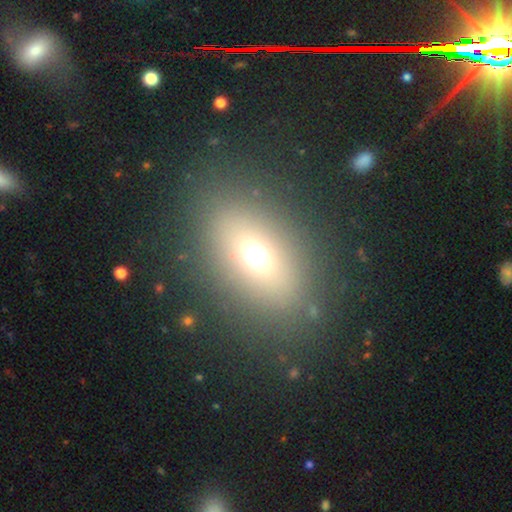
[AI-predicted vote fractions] Overall: smooth (63%). How rounded: in between (78%). Merging: none (84%).